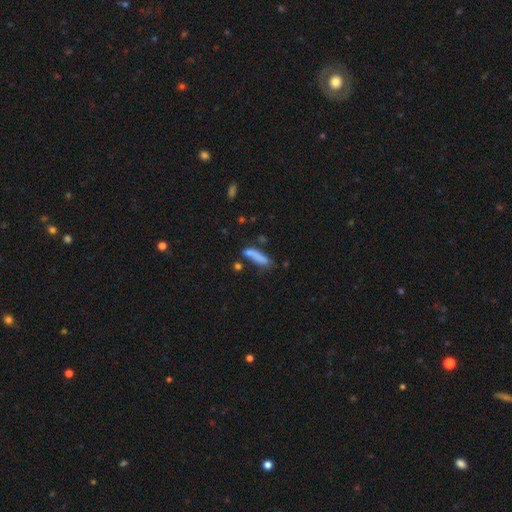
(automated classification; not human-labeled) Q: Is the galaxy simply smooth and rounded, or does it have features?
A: smooth — 79%.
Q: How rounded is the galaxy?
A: cigar-shaped — 71%.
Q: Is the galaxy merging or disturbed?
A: none — 55%.